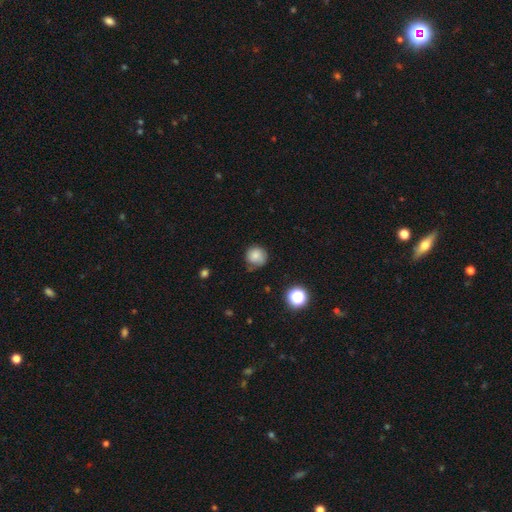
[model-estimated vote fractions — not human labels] A smooth galaxy with no disk features (79%) that is round (89%). Merging: none (64%).